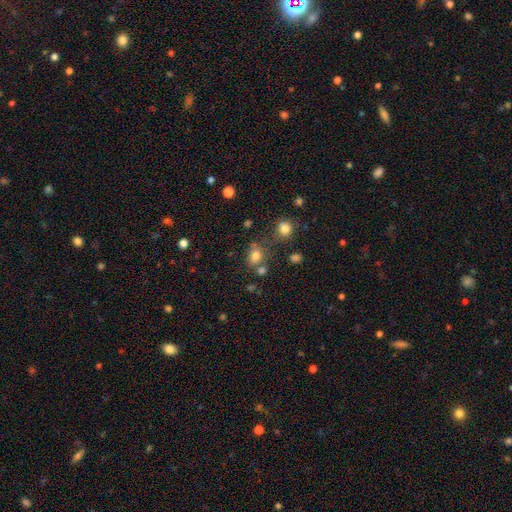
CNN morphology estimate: A smooth galaxy with no disk features (76%) that is in between round and cigar-shaped (61%). Merging: none (57%).